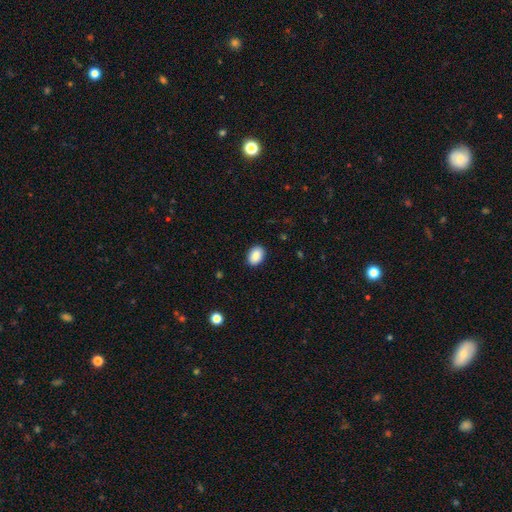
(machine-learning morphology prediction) type=smooth (89%); roundness=in between (76%); merging=none (89%).